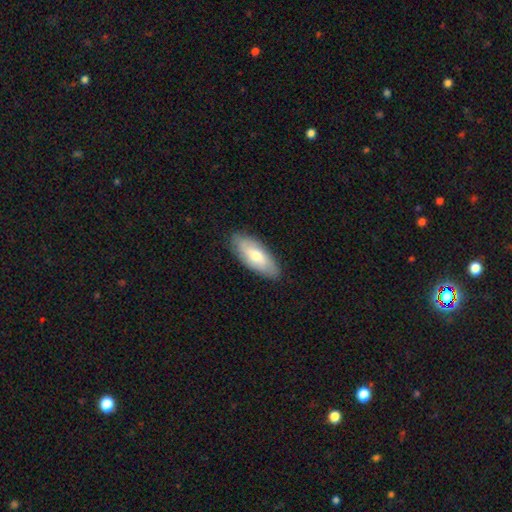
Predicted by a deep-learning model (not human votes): Smooth or featured: smooth — 61% (featured or disk — 34%)
How rounded: in between — 81% (cigar-shaped — 17%)
Merging: none — 85% (minor disturbance — 12%)